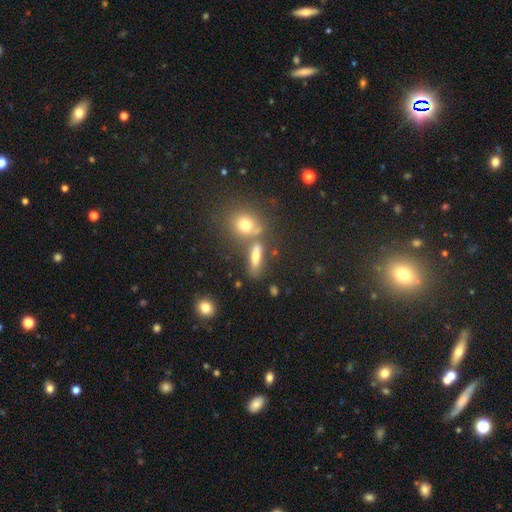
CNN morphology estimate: smooth_or_featured: smooth (p=0.67) [alt: featured or disk p=0.18]
how_rounded: in between (p=0.45) [alt: cigar-shaped p=0.39]
merging: none (p=0.61) [alt: merger p=0.21]